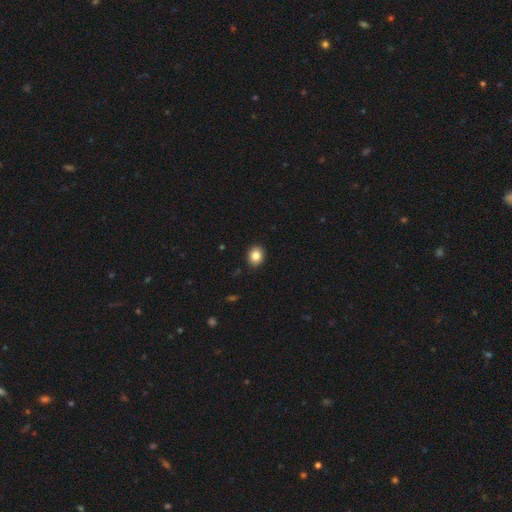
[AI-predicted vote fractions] smooth 85%, star or artifact 9%, featured or disk 6%. Down the decision tree: how rounded — round (53%); merging — none (91%).